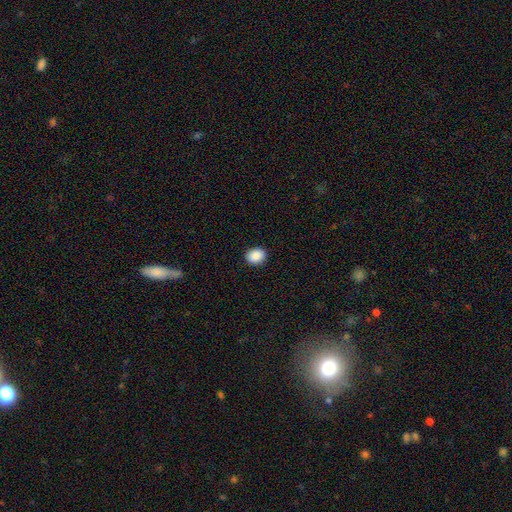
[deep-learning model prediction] Q: Smooth or featured?
A: smooth (89%); runner-up: star or artifact (8%)
Q: How rounded?
A: in between (53%); runner-up: round (47%)
Q: Merging?
A: none (90%); runner-up: minor disturbance (8%)